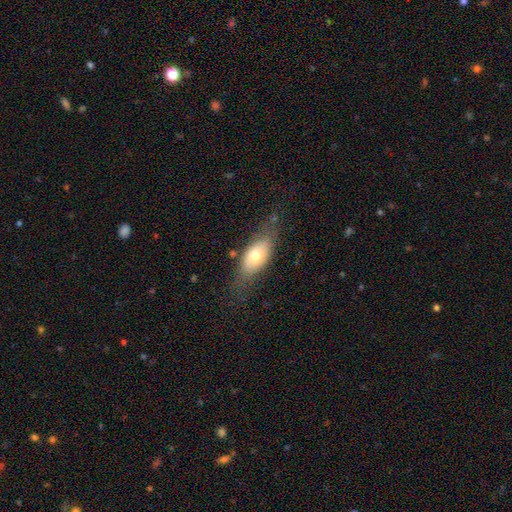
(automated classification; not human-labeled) Smooth or featured? smooth (66%)
How rounded? in between (84%)
Merging? none (66%)